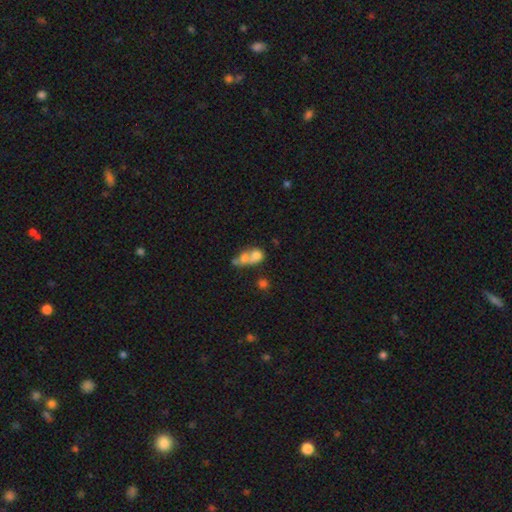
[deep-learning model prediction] This is likely a smooth galaxy (61%). How rounded: possibly in between (52%). Merging: likely merger (65%).